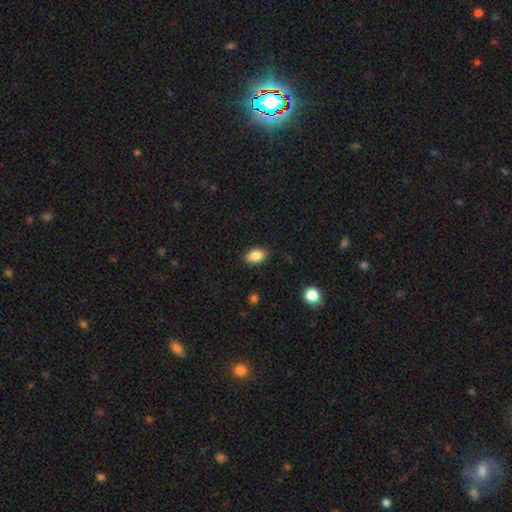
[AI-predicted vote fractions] This is clearly a smooth galaxy (87%). How rounded: clearly in between (89%). Merging: clearly none (86%).